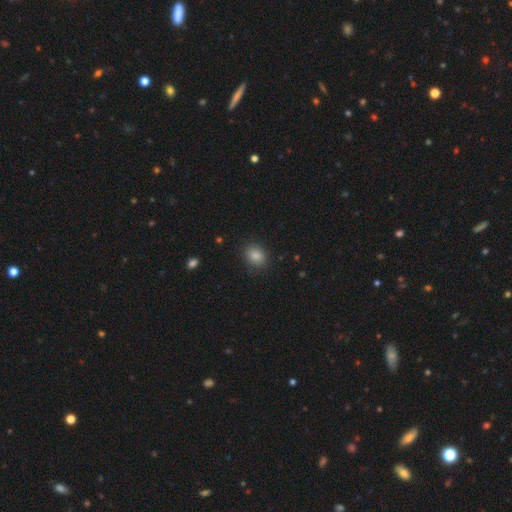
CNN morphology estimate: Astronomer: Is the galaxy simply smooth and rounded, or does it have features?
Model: smooth — 85%.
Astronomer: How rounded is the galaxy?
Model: in between — 51% (runner-up: round, 48%).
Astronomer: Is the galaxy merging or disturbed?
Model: none — 86%.